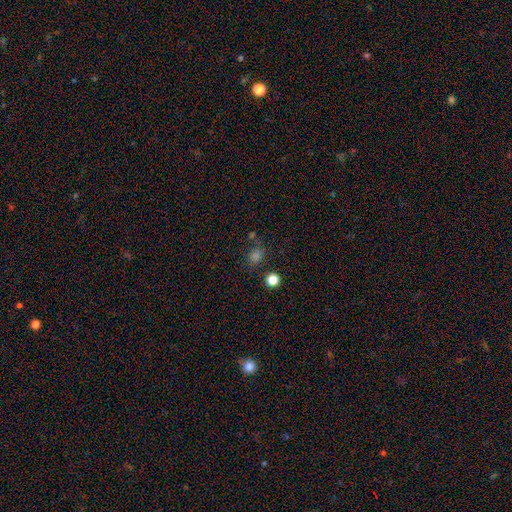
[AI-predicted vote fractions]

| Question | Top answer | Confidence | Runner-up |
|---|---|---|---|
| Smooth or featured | smooth | 66% | star or artifact (27%) |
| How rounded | round | 64% | in between (34%) |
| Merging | none | 71% | minor disturbance (13%) |